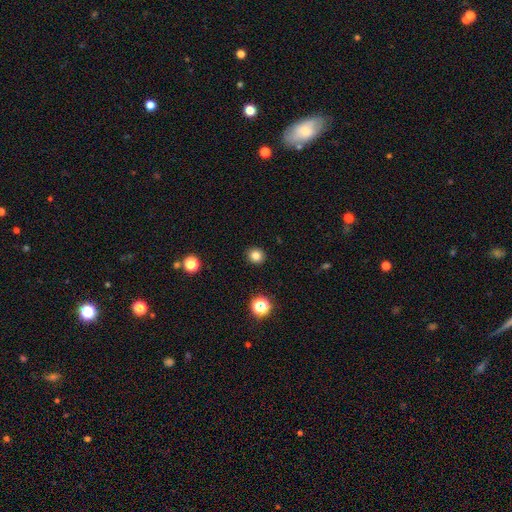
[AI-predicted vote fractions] This is clearly a smooth galaxy (81%). How rounded: clearly round (86%). Merging: clearly none (92%).